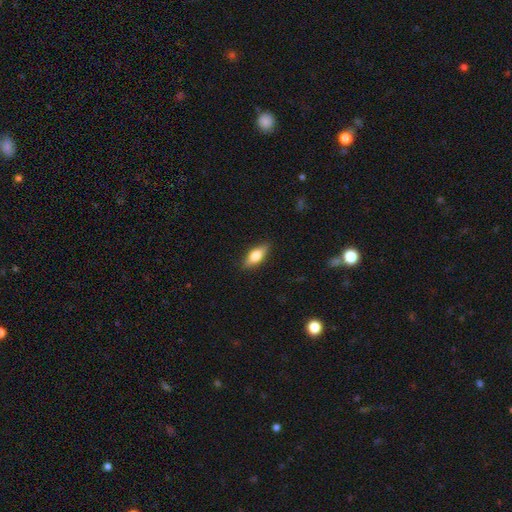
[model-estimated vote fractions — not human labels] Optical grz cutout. It shows a smooth galaxy with no disk features (65%) that is in between round and cigar-shaped (74%). Merging: none (87%).